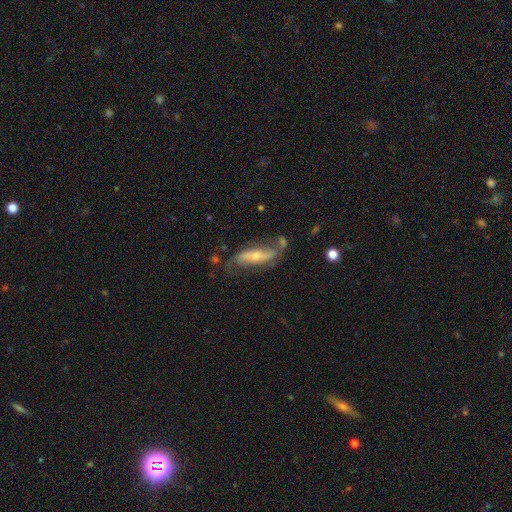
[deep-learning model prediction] Smooth or featured: featured or disk — 73% (smooth — 20%)
Edge-on disk: no — 78% (yes — 22%)
Bar: no — 40% (strong — 32%)
Spiral arms: yes — 84% (no — 16%)
Bulge size: small — 59% (moderate — 36%)
Merging: none — 56% (minor disturbance — 24%)